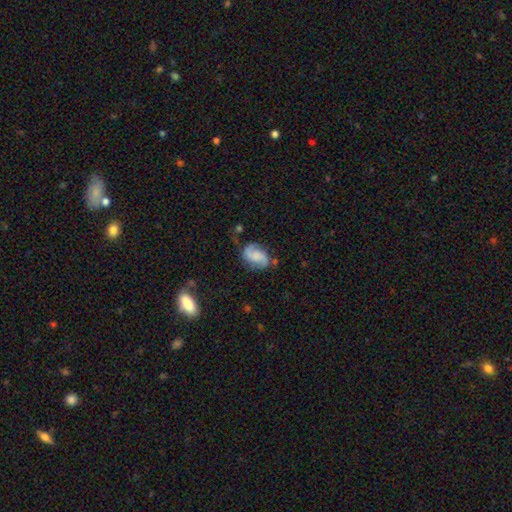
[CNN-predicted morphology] smooth-or-featured: featured or disk: 65% | smooth: 27% | star or artifact: 8%
  disk-edge-on: no: 97% | yes: 3%
    bar: no: 57% | weak: 34% | strong: 9%
    has-spiral-arms: yes: 93% | no: 7%
      spiral-winding: medium: 44% | loose: 37% | tight: 19%
      spiral-arm-count: 2: 88% | can't tell: 5% | 1: 2% | 3: 2% | 4: 1% | more than 4: 1%
    bulge-size: none: 42% | small: 24% | moderate: 20% | large: 10% | dominant: 3%
  merging: none: 69% | minor disturbance: 20% | major disturbance: 8% | merger: 3%